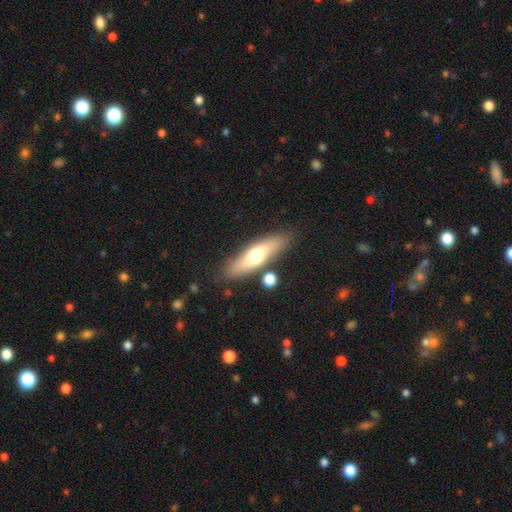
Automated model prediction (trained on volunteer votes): Smooth or featured? smooth (56%)
How rounded? cigar-shaped (61%)
Merging? none (80%)